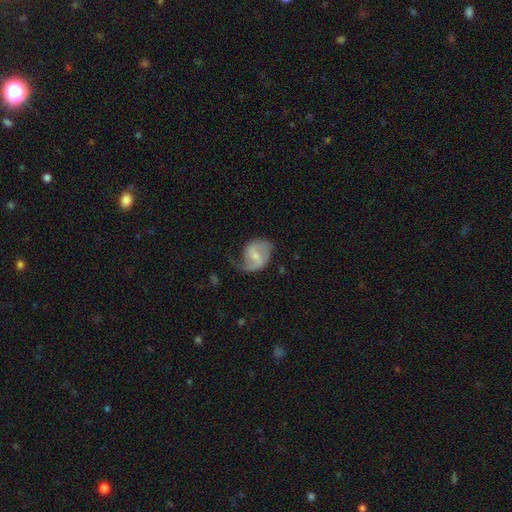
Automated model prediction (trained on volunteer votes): This appears to be a featured or disk galaxy (72%) with a weak bar (54%), 2 (72%) loose (46%) spiral arms (90%) and a small central bulge (51%). Merging: none (50%).